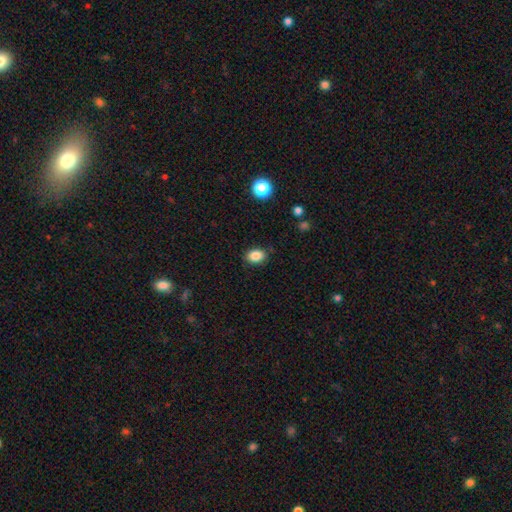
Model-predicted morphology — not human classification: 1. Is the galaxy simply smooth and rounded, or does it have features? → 86% smooth, 9% star or artifact, 4% featured or disk.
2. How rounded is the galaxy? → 74% in between, 25% round, 1% cigar-shaped.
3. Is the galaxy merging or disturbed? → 84% none, 11% minor disturbance, 3% major disturbance, 1% merger.